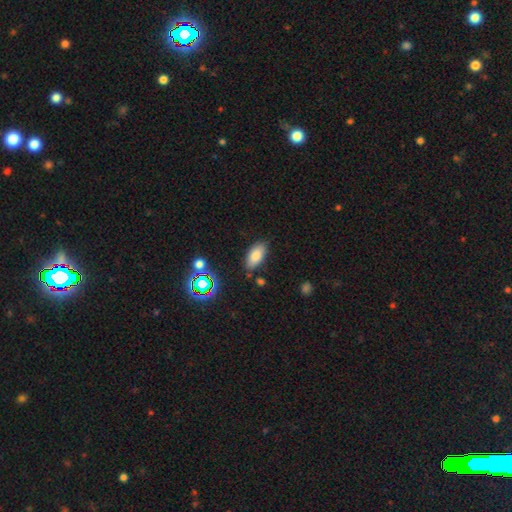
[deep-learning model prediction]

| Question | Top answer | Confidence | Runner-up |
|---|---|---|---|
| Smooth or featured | smooth | 80% | star or artifact (11%) |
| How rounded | in between | 91% | cigar-shaped (5%) |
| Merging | none | 80% | minor disturbance (13%) |